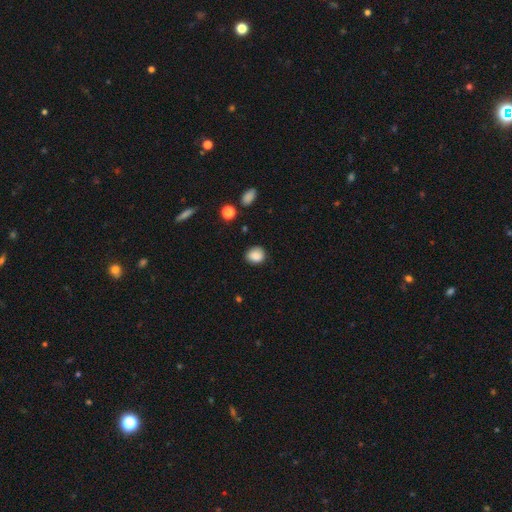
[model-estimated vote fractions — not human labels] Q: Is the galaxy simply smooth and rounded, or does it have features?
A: smooth — 87%.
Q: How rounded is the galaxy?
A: round — 71%.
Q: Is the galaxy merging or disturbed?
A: none — 82%.